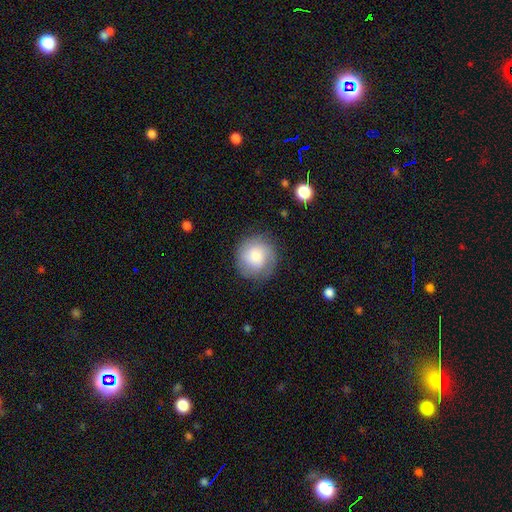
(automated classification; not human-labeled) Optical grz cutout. It shows a smooth galaxy with no disk features (71%) that is round (93%). Merging: none (80%).